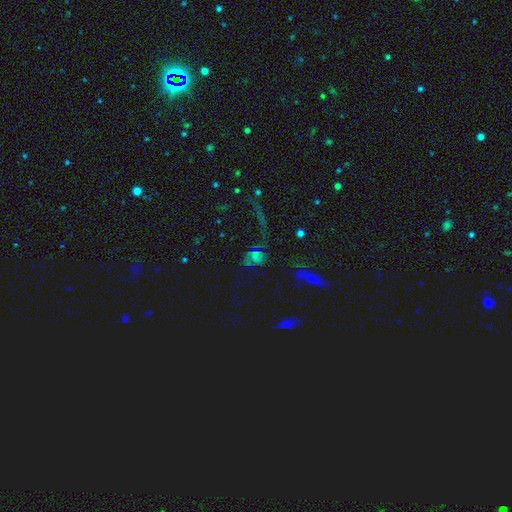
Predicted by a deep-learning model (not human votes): Smooth or featured? Predicted: star or artifact (p=0.47).